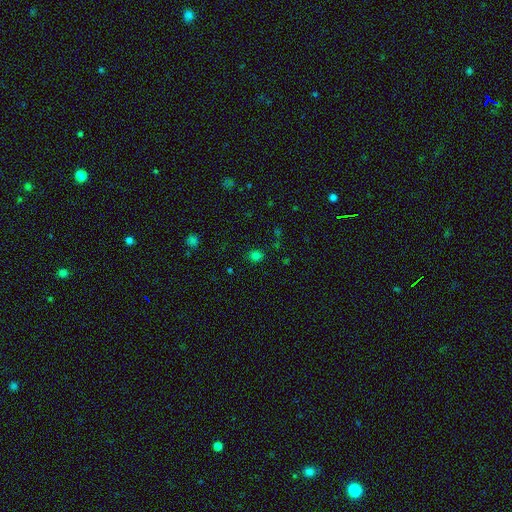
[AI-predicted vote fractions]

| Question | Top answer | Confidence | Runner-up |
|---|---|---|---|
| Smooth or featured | smooth | 77% | star or artifact (19%) |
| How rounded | round | 74% | in between (25%) |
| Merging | none | 86% | minor disturbance (9%) |